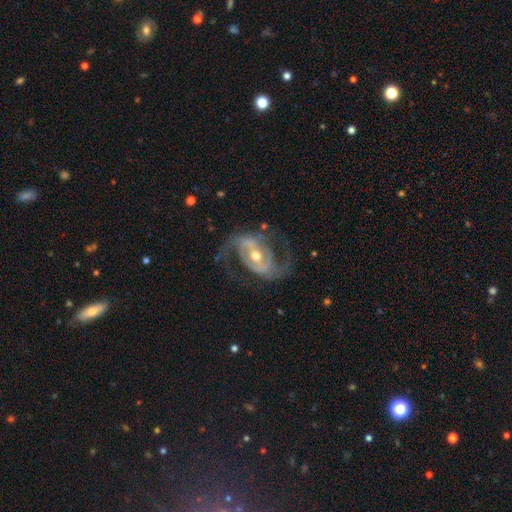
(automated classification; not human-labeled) featured or disk 90%, smooth 5%, star or artifact 5%. Down the decision tree: edge-on disk — no (97%); bar — strong (41%); spiral arms — yes (95%); spiral arm count — 2 (90%); spiral winding — medium (53%); bulge size — moderate (67%); merging — none (69%).